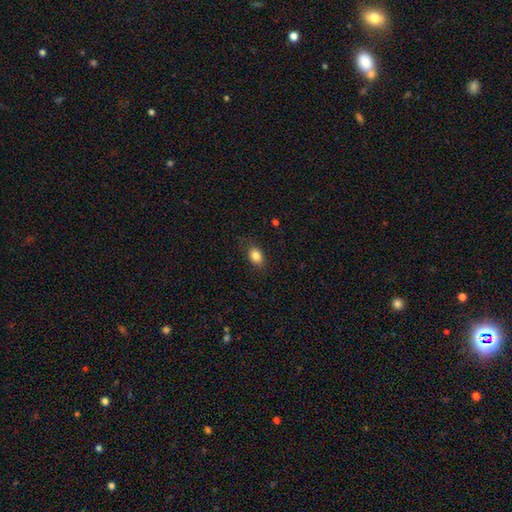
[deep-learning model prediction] Overall: smooth (84%). How rounded: in between (74%). Merging: none (82%).